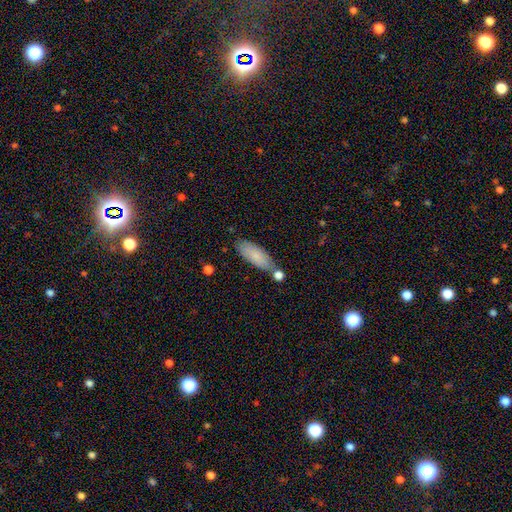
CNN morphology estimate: smooth 80%, featured or disk 14%, star or artifact 6%. Down the decision tree: how rounded — in between (69%); merging — none (65%).